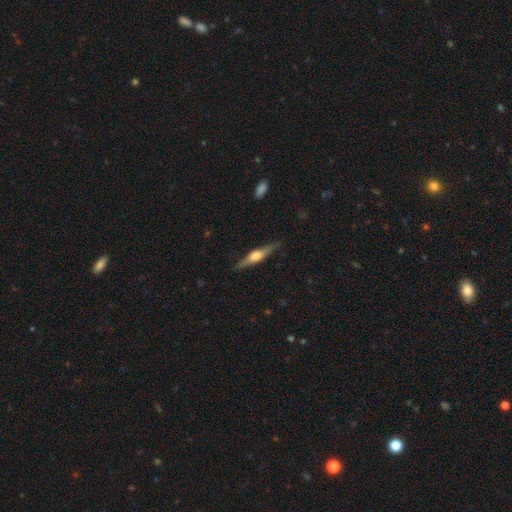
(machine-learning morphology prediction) Smooth or featured: featured or disk — 70% (smooth — 24%)
Edge-on disk: yes — 97% (no — 3%)
Edge-on bulge: rounded — 88% (boxy — 10%)
Merging: none — 88% (minor disturbance — 9%)